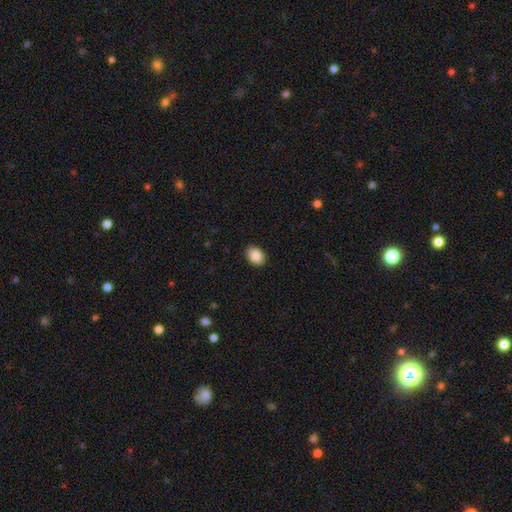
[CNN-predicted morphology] Smooth or featured? smooth (87%)
How rounded? in between (73%)
Merging? none (90%)